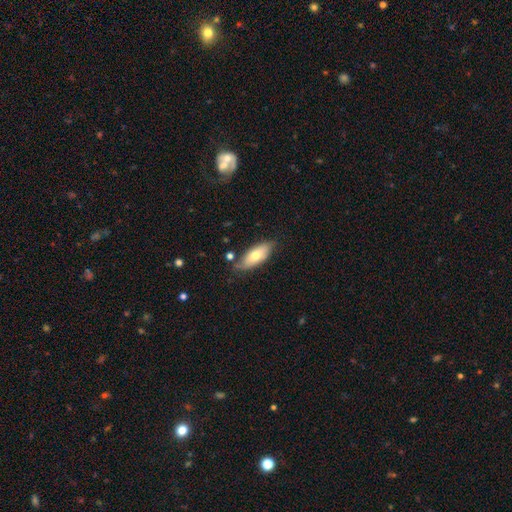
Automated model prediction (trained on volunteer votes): smooth 67%, featured or disk 27%, star or artifact 6%. Down the decision tree: how rounded — in between (81%); merging — none (70%).